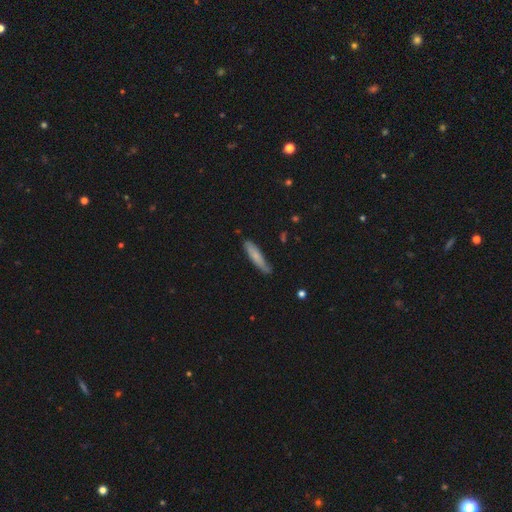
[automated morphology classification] This is likely a smooth galaxy (71%). How rounded: clearly cigar-shaped (86%). Merging: likely none (73%).